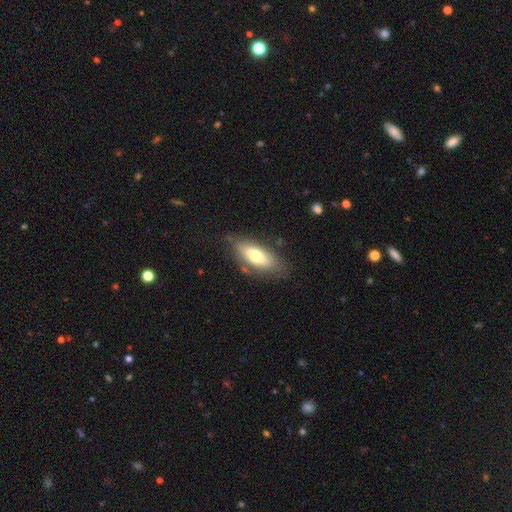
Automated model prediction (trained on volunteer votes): A smooth galaxy with no disk features (67%) that is in between round and cigar-shaped (74%). Merging: none (74%).